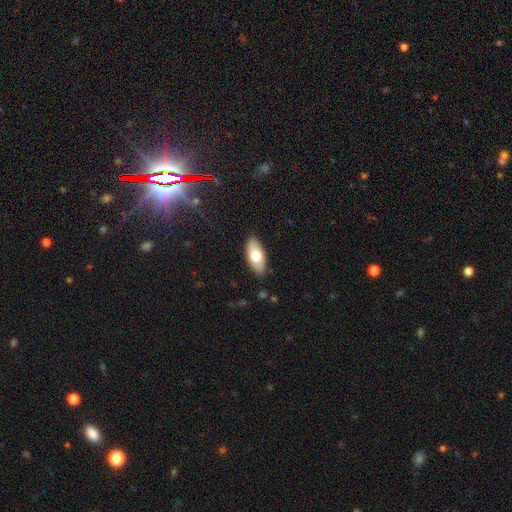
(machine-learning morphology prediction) This appears to be a smooth galaxy with no disk features (69%) that is in between round and cigar-shaped (87%). Merging: none (88%).